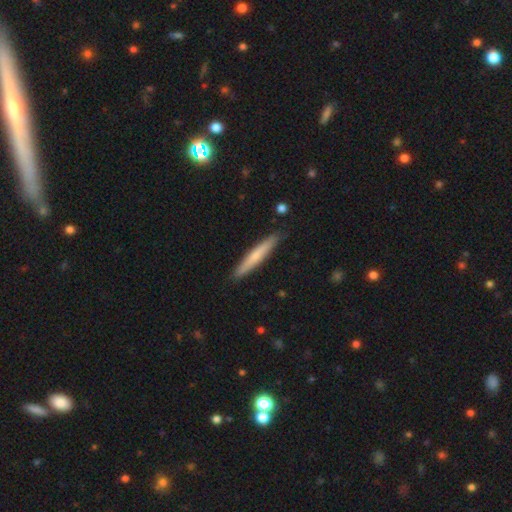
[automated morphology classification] The model was most divided on "smooth or featured": smooth: 60%, featured or disk: 34%, star or artifact: 5%. More confident: how rounded — cigar-shaped (95%); merging — none (89%).